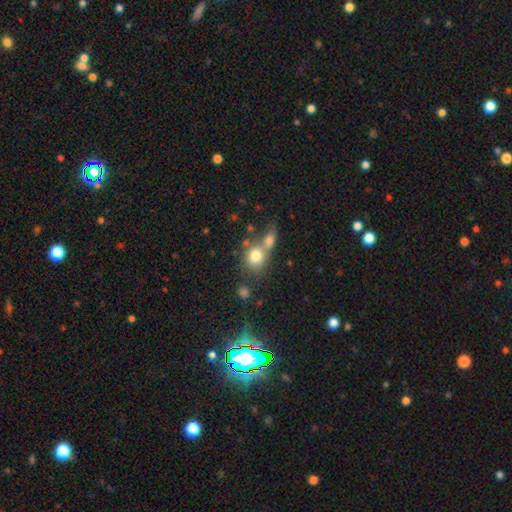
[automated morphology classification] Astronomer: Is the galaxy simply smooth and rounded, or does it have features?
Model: smooth — 77%.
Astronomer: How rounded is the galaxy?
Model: round — 69%.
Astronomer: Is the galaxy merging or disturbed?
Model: merger — 49% (runner-up: none, 36%).